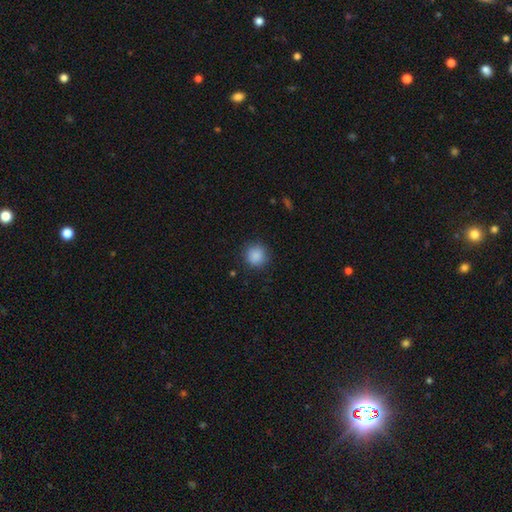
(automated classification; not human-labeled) This appears to be a smooth galaxy with no disk features (88%) that is round (93%). Merging: none (87%).